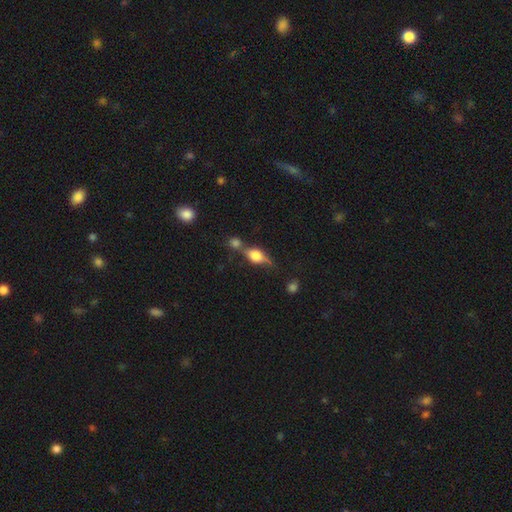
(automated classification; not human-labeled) Q: Smooth or featured?
A: featured or disk (45%); runner-up: smooth (44%)
Q: Merging?
A: none (44%); runner-up: merger (34%)